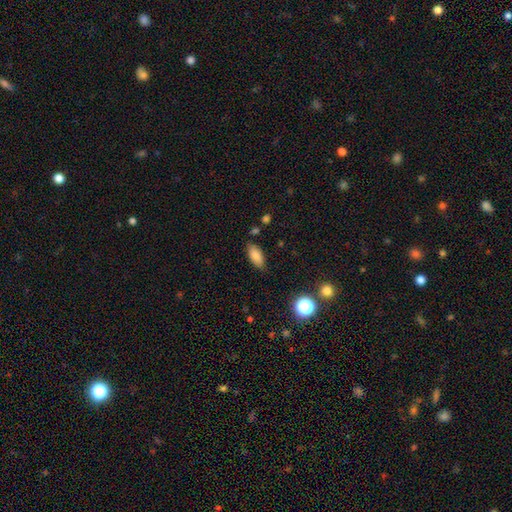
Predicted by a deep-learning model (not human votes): smooth-or-featured: smooth: 84% | star or artifact: 9% | featured or disk: 7%
  how-rounded: in between: 85% | cigar-shaped: 11% | round: 3%
  merging: none: 83% | minor disturbance: 12% | major disturbance: 3% | merger: 2%